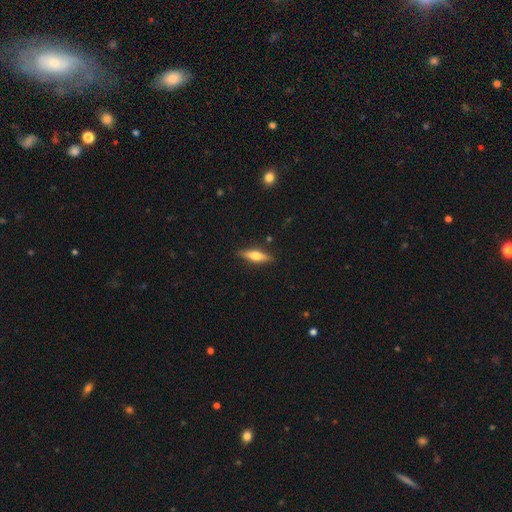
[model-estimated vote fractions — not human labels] A smooth galaxy with no disk features (48%).

Vote fractions:
- Smooth or featured? smooth: 48% / featured or disk: 46% / star or artifact: 6%
- Merging? none: 88% / minor disturbance: 9% / major disturbance: 2% / merger: 1%